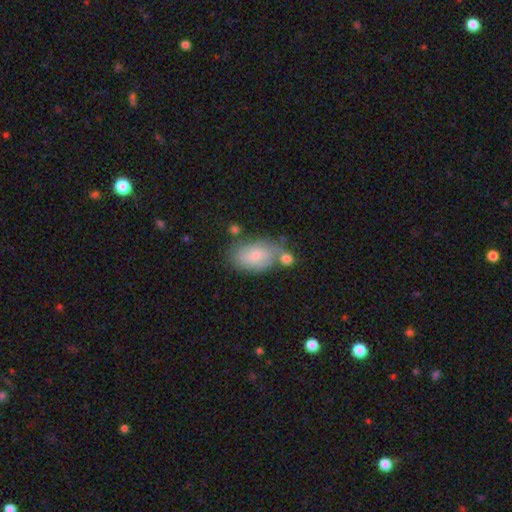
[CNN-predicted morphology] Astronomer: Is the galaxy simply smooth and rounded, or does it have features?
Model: smooth — 64%.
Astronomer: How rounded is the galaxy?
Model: in between — 90%.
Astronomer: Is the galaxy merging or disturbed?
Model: none — 50%.